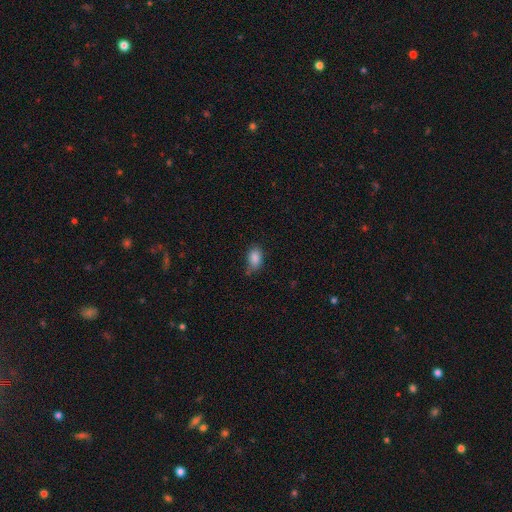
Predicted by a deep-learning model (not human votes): Q: Smooth or featured?
A: smooth (85%); runner-up: star or artifact (10%)
Q: How rounded?
A: in between (87%); runner-up: round (11%)
Q: Merging?
A: none (65%); runner-up: minor disturbance (26%)